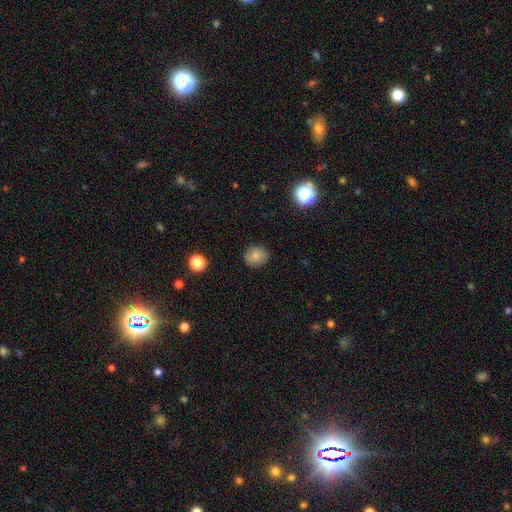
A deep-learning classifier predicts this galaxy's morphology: Smooth or featured? Predicted: smooth (p=0.74). How rounded? Predicted: round (p=0.81). Merging? Predicted: none (p=0.85).